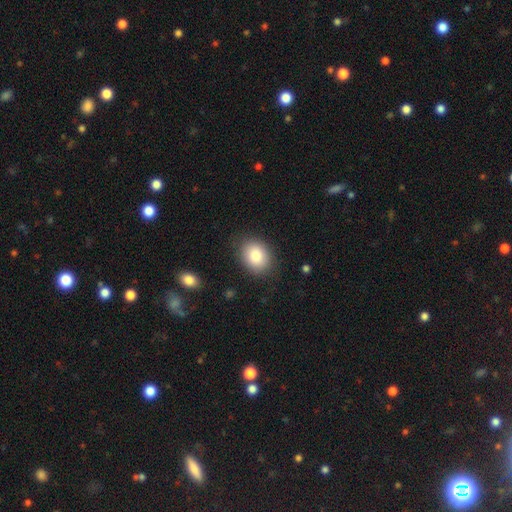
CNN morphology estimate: The model was most divided on "how rounded" (2-way tie): round: 50%, in between: 50%, cigar-shaped: 1%. More confident: merging — none (85%); smooth or featured — smooth (83%).